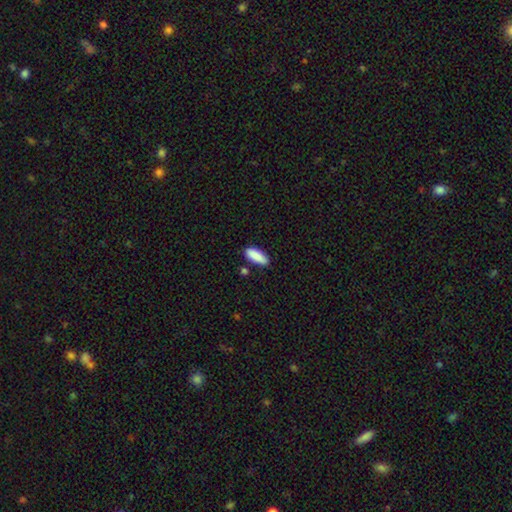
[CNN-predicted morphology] smooth_or_featured: smooth (p=0.89) [alt: star or artifact p=0.06]
how_rounded: in between (p=0.73) [alt: cigar-shaped p=0.26]
merging: none (p=0.78) [alt: minor disturbance p=0.14]